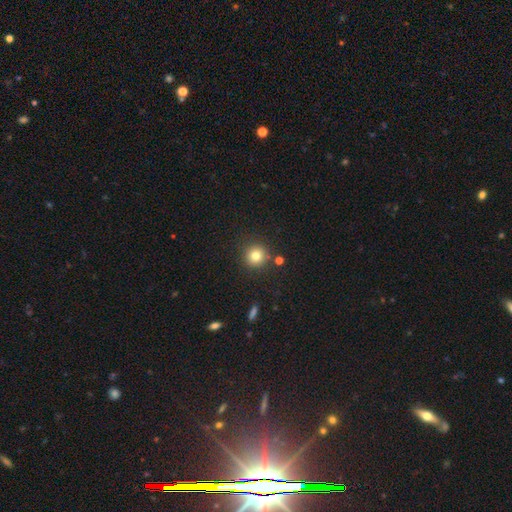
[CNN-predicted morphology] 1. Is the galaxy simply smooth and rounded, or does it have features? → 79% smooth, 13% star or artifact, 8% featured or disk.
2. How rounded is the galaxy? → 94% round, 5% in between, 1% cigar-shaped.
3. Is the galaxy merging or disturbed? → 86% none, 7% minor disturbance, 5% merger, 2% major disturbance.